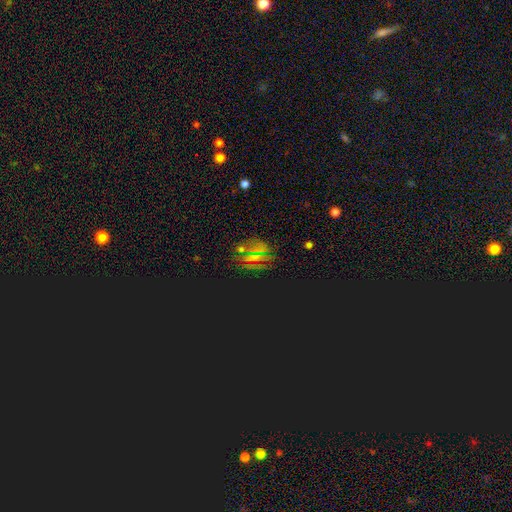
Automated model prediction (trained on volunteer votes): This appears to be a star or artifact, not a galaxy (55%).